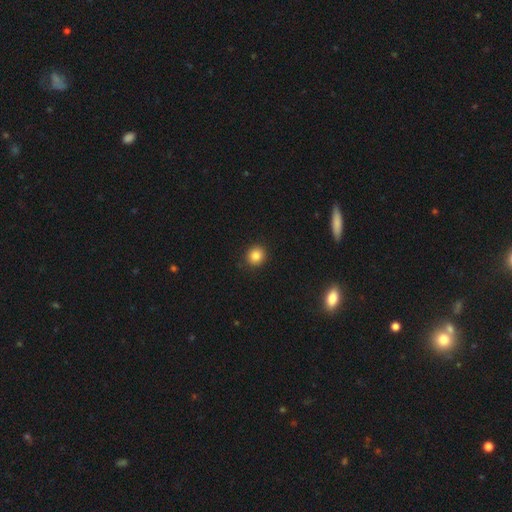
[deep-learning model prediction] smooth 85%, star or artifact 11%, featured or disk 4%. Down the decision tree: how rounded — round (87%); merging — none (90%).